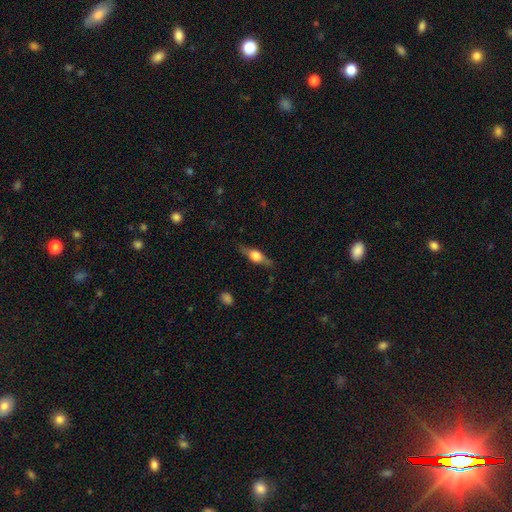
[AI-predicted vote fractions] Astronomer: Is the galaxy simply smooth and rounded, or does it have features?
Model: featured or disk — 59% (runner-up: smooth, 35%).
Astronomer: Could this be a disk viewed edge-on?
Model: yes — 94%.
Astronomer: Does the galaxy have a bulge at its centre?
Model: rounded — 92%.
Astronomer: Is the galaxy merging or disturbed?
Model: none — 83%.